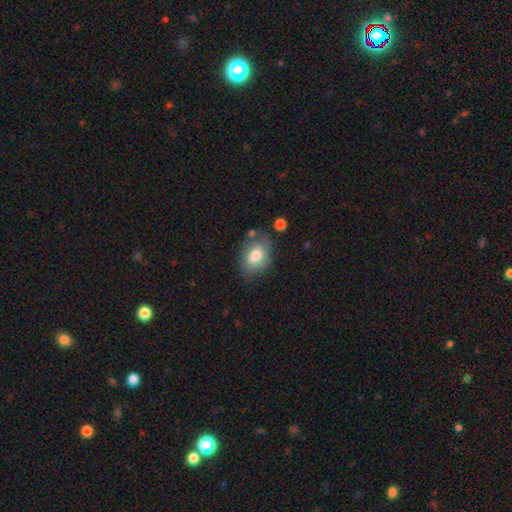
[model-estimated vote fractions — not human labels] This is likely a smooth galaxy (65%). How rounded: likely in between (80%). Merging: possibly none (60%).